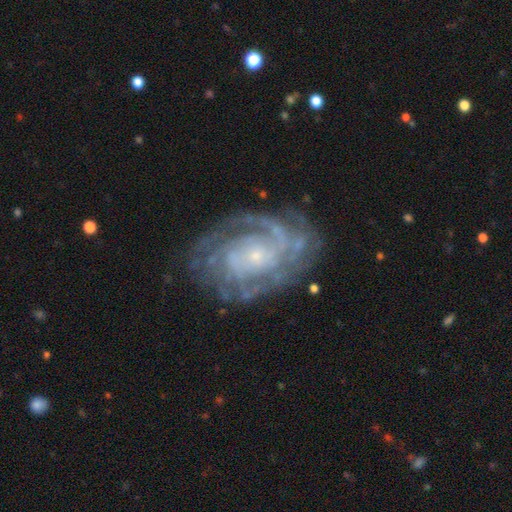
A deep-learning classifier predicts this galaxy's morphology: Q: Smooth or featured?
A: featured or disk (88%); runner-up: smooth (6%)
Q: Edge-on disk?
A: no (97%); runner-up: yes (3%)
Q: Bar?
A: no (75%); runner-up: weak (19%)
Q: Spiral arms?
A: yes (96%); runner-up: no (4%)
Q: Spiral winding?
A: tight (68%); runner-up: medium (26%)
Q: Spiral arm count?
A: can't tell (32%); runner-up: 2 (23%)
Q: Bulge size?
A: small (82%); runner-up: moderate (12%)
Q: Merging?
A: none (72%); runner-up: minor disturbance (17%)